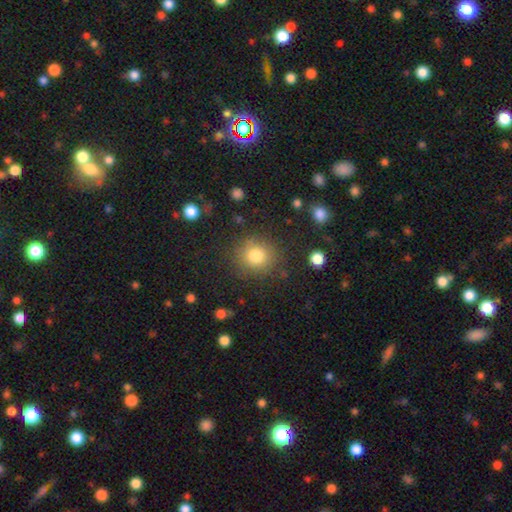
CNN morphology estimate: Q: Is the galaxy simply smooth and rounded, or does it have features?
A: smooth — 80%.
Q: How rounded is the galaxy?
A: round — 88%.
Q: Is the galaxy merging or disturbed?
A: none — 84%.